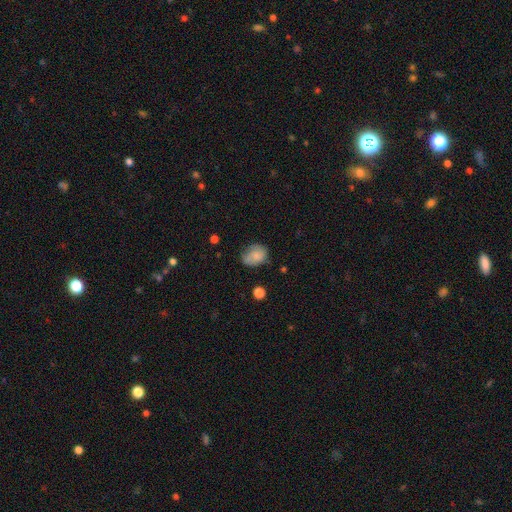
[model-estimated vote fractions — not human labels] The model was most divided on "how rounded": in between: 54%, round: 45%, cigar-shaped: 1%. More confident: smooth or featured — smooth (75%); merging — none (53%).